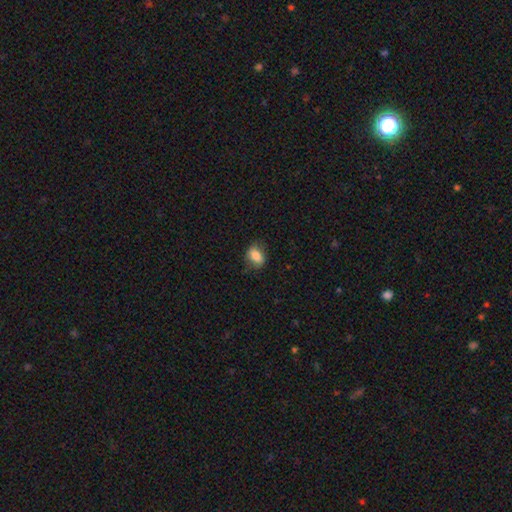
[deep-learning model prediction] Smooth or featured? smooth (80%)
How rounded? in between (75%)
Merging? none (72%)